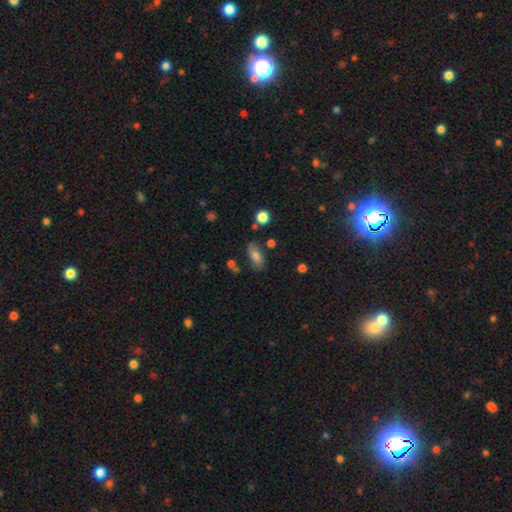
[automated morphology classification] This appears to be a smooth galaxy with no disk features (80%) that is in between round and cigar-shaped (84%). Merging: none (75%).